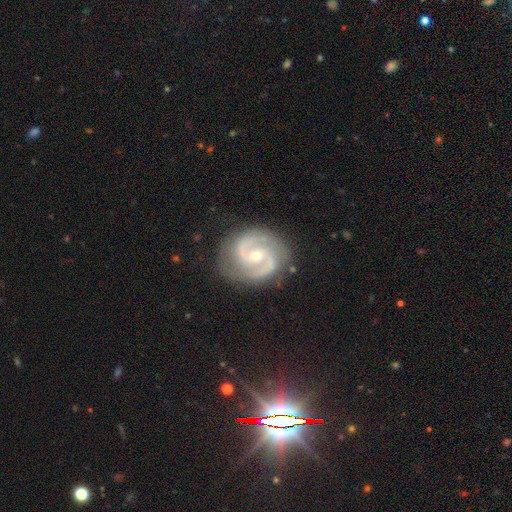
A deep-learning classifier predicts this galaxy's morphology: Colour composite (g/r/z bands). It shows a featured or disk galaxy (92%) with no bar (50%), 2 (93%) medium (54%) spiral arms (98%) and a small central bulge (52%). Merging: none (84%).